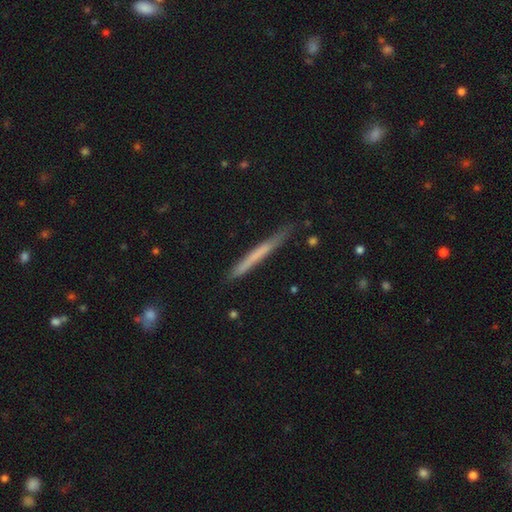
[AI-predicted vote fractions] Smooth or featured?
  - smooth: 57% *
  - featured or disk: 37%
  - star or artifact: 6%
How rounded?
  - cigar-shaped: 97% *
  - in between: 2%
  - round: 1%
Merging?
  - none: 82% *
  - minor disturbance: 14%
  - major disturbance: 2%
  - merger: 2%